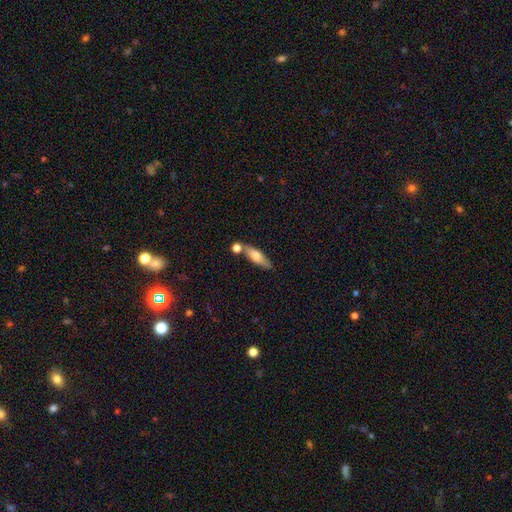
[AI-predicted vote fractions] Overall: smooth (68%). How rounded: in between (50%; cigar-shaped 47%). Merging: none (57%; merger 22%).